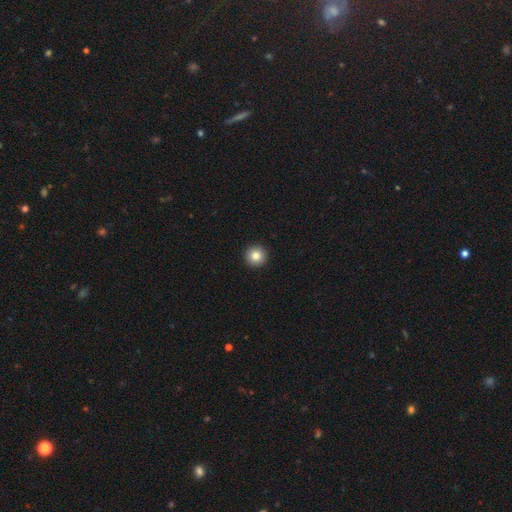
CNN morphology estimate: This is clearly a smooth galaxy (84%). How rounded: clearly round (96%). Merging: clearly none (94%).